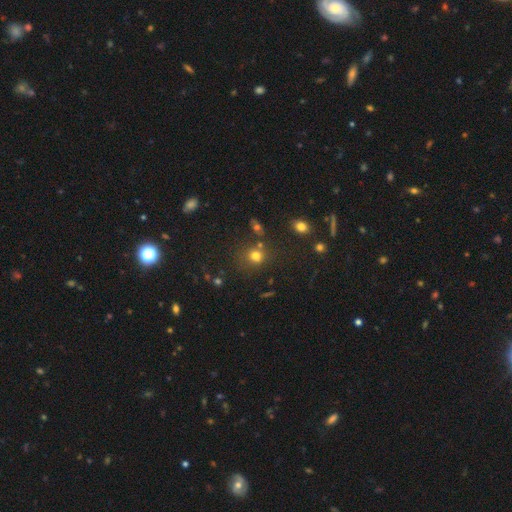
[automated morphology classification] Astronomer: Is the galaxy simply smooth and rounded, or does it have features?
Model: smooth — 72%.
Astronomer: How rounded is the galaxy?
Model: round — 78%.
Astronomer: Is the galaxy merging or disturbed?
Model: none — 64%.